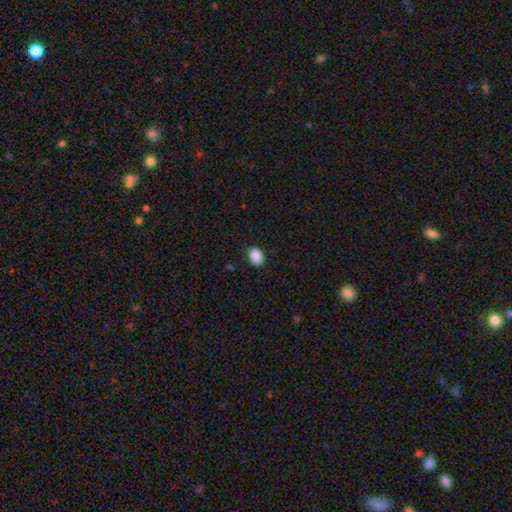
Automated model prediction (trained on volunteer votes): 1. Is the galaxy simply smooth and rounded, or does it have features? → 88% smooth, 9% star or artifact, 3% featured or disk.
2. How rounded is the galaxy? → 64% in between, 35% round, 1% cigar-shaped.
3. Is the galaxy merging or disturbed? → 78% none, 17% minor disturbance, 3% major disturbance, 1% merger.